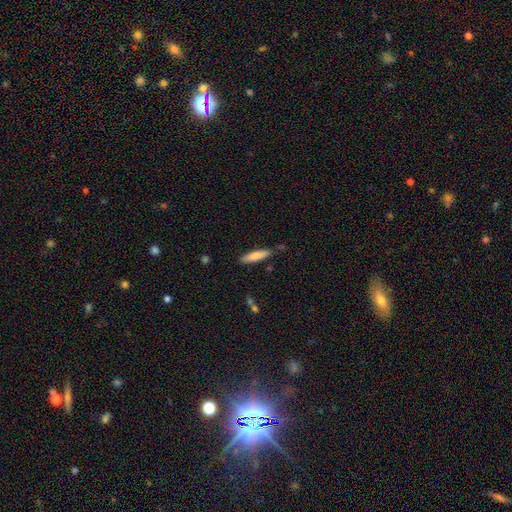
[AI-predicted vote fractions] Morphology: type=smooth (77%); roundness=cigar-shaped (79%); merging=none (82%).